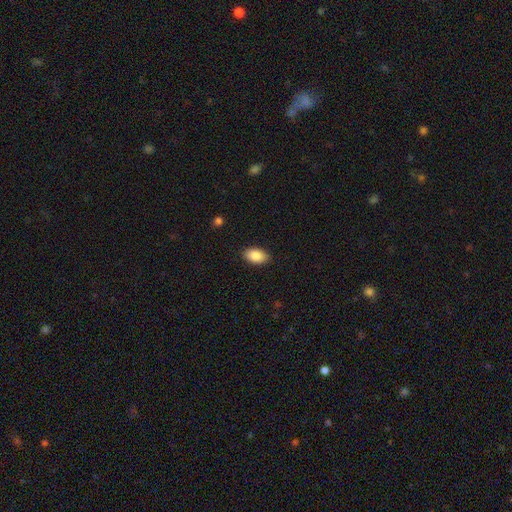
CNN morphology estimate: type=smooth (89%); roundness=in between (93%); merging=none (88%).